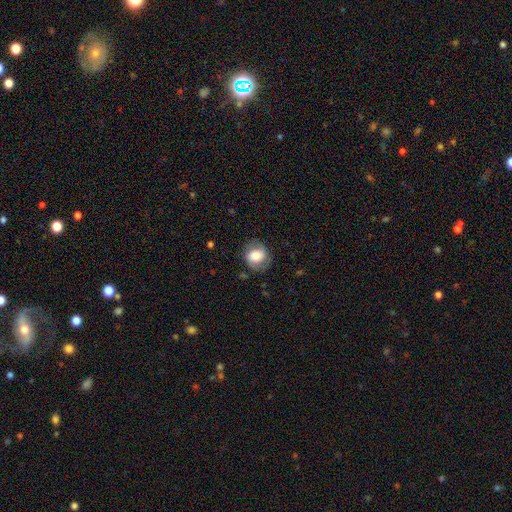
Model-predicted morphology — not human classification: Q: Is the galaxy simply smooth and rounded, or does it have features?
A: smooth — 62%.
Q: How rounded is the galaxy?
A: round — 68%.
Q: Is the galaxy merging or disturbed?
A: none — 75%.